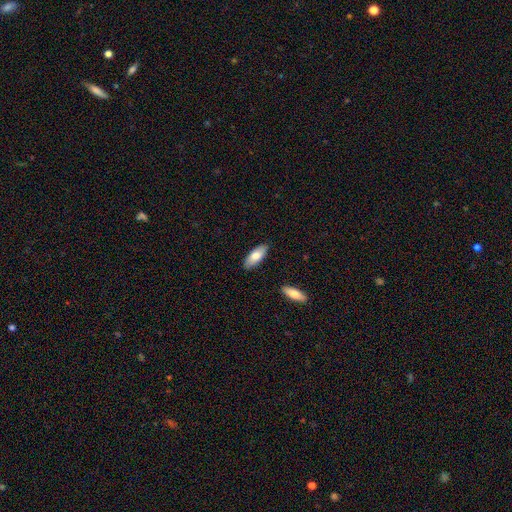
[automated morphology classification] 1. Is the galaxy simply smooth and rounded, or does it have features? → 77% smooth, 17% featured or disk, 6% star or artifact.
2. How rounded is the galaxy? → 80% in between, 19% cigar-shaped, 2% round.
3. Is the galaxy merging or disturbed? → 87% none, 10% minor disturbance, 2% major disturbance, 2% merger.